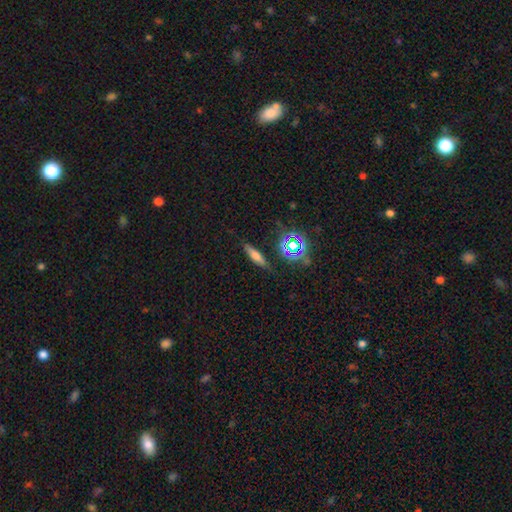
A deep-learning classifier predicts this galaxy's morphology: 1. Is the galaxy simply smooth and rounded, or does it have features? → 58% smooth, 25% featured or disk, 18% star or artifact.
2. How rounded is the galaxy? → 66% cigar-shaped, 30% in between, 5% round.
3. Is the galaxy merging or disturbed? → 81% none, 13% minor disturbance, 4% major disturbance, 2% merger.